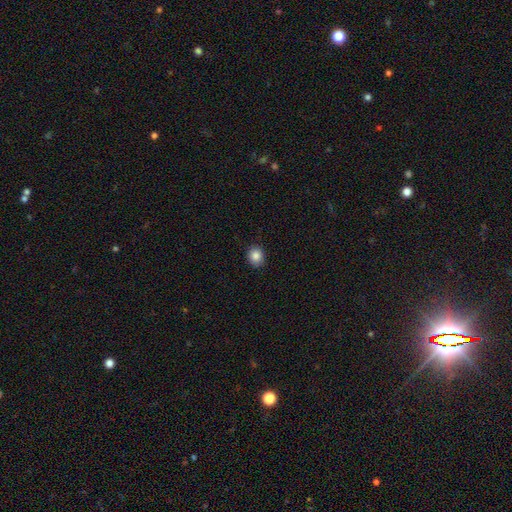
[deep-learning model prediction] This appears to be a smooth galaxy with no disk features (85%) that is round (65%). Merging: none (90%).